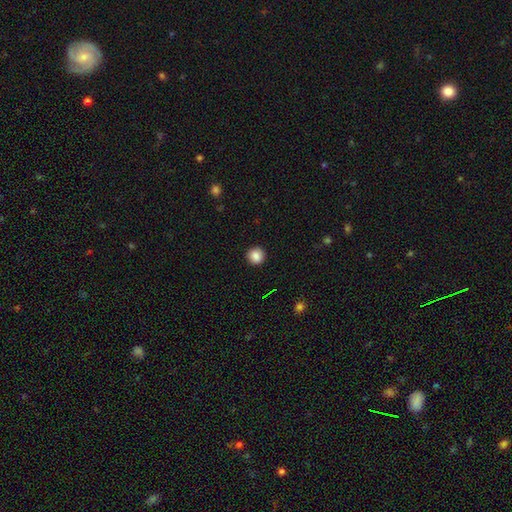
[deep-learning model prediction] Q: Smooth or featured?
A: smooth (86%); runner-up: star or artifact (10%)
Q: How rounded?
A: round (93%); runner-up: in between (6%)
Q: Merging?
A: none (92%); runner-up: minor disturbance (5%)